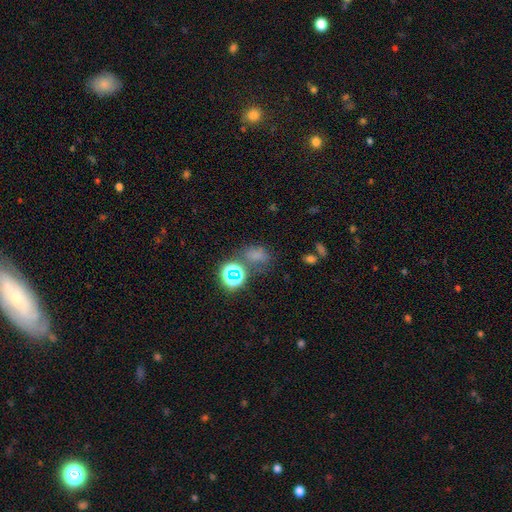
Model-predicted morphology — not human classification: The model was most divided on "smooth or featured": smooth: 58%, star or artifact: 32%, featured or disk: 10%. More confident: how rounded — in between (63%); merging — none (53%).